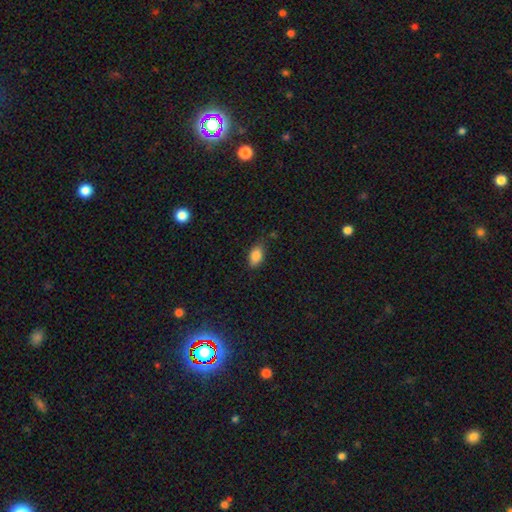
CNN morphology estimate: smooth-or-featured: smooth: 85% | star or artifact: 8% | featured or disk: 7%
  how-rounded: in between: 89% | round: 8% | cigar-shaped: 3%
  merging: none: 76% | minor disturbance: 19% | major disturbance: 3% | merger: 2%